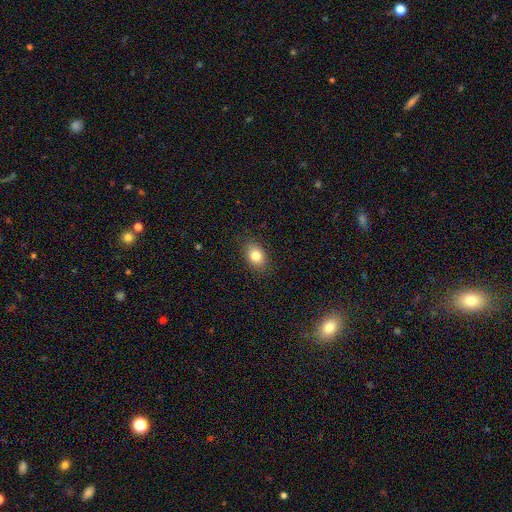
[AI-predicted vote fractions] smooth_or_featured: smooth (p=0.82) [alt: featured or disk p=0.09]
how_rounded: in between (p=0.79) [alt: round p=0.20]
merging: none (p=0.87) [alt: minor disturbance p=0.10]